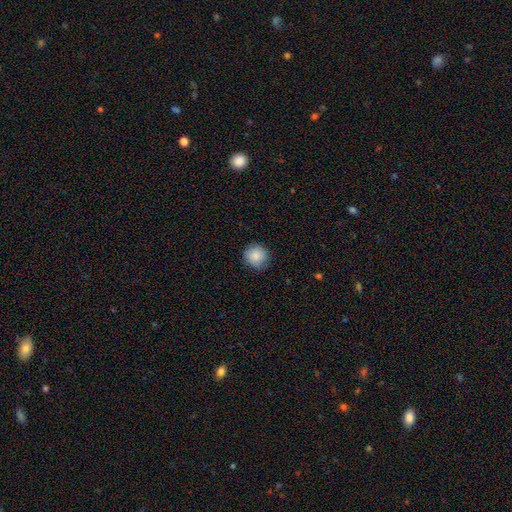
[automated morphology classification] type=smooth (87%); roundness=round (94%); merging=none (87%).